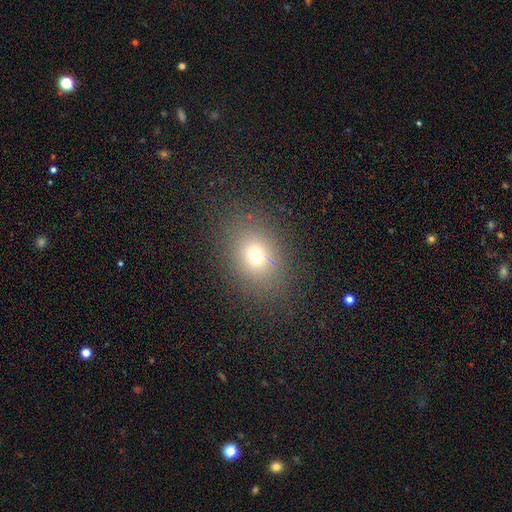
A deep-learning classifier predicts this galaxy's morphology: The model was most divided on "how rounded": in between: 55%, round: 43%, cigar-shaped: 1%. More confident: merging — none (82%); smooth or featured — smooth (69%).